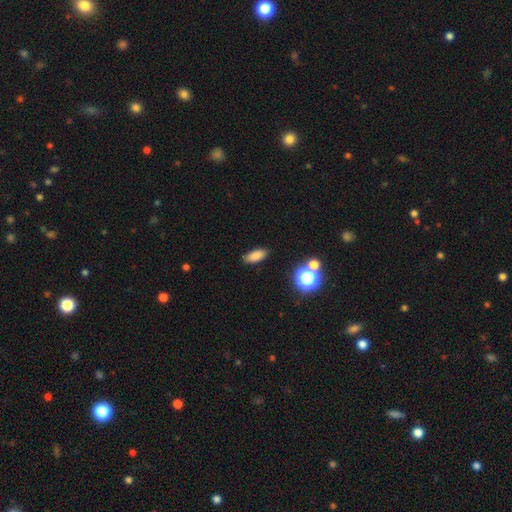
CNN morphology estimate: The model was most divided on "how rounded": in between: 77%, cigar-shaped: 17%, round: 6%. More confident: merging — none (87%); smooth or featured — smooth (83%).